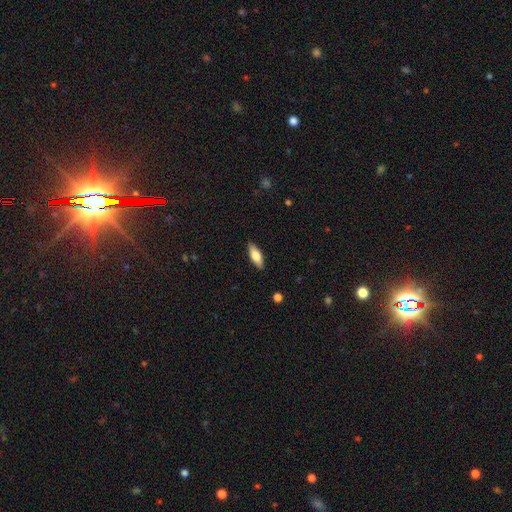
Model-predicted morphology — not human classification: Q: Smooth or featured?
A: smooth (71%); runner-up: featured or disk (23%)
Q: How rounded?
A: in between (69%); runner-up: cigar-shaped (28%)
Q: Merging?
A: none (88%); runner-up: minor disturbance (9%)